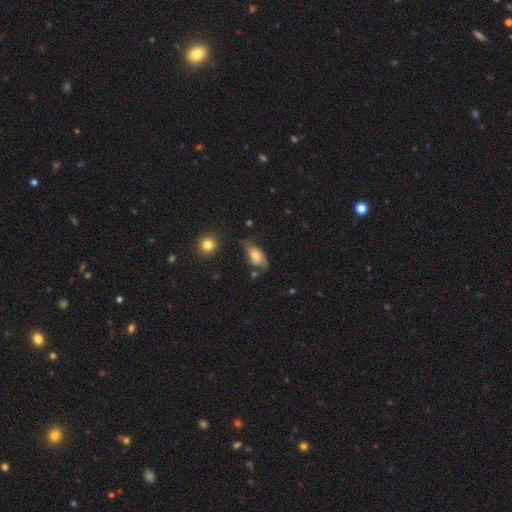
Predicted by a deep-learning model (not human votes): A smooth galaxy with no disk features (46%). Merging: none (47%).